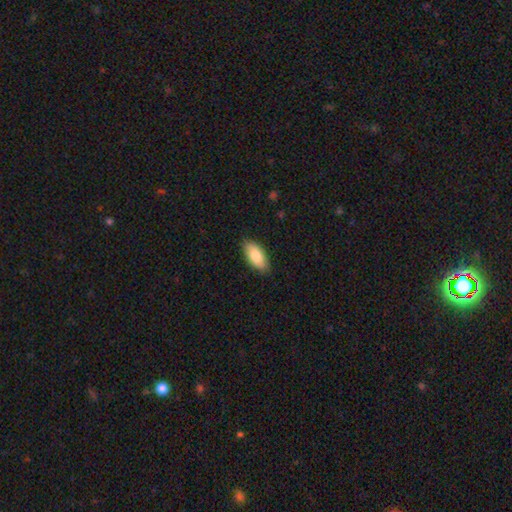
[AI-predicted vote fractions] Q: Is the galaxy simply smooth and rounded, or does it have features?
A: smooth — 83%.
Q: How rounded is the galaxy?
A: in between — 89%.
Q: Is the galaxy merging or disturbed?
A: none — 86%.